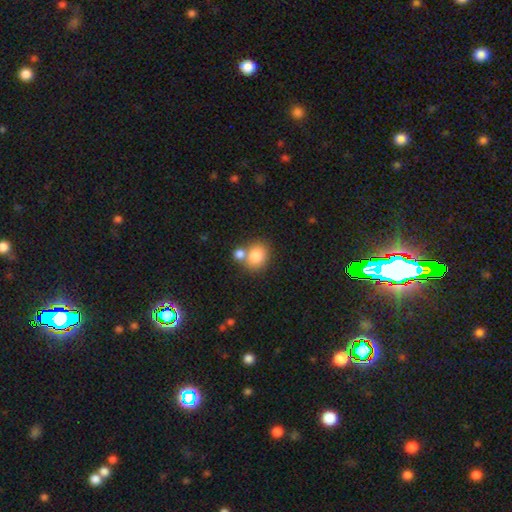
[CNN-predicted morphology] Smooth or featured? Predicted: smooth (p=0.82). How rounded? Predicted: round (p=0.62). Merging? Predicted: none (p=0.53).